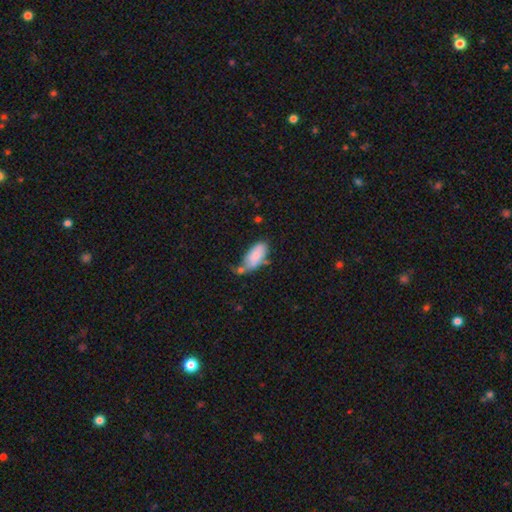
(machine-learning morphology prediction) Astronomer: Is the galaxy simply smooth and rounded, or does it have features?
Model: smooth — 82%.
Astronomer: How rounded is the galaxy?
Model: in between — 91%.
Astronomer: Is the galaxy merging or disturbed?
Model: none — 43% (runner-up: minor disturbance, 29%).